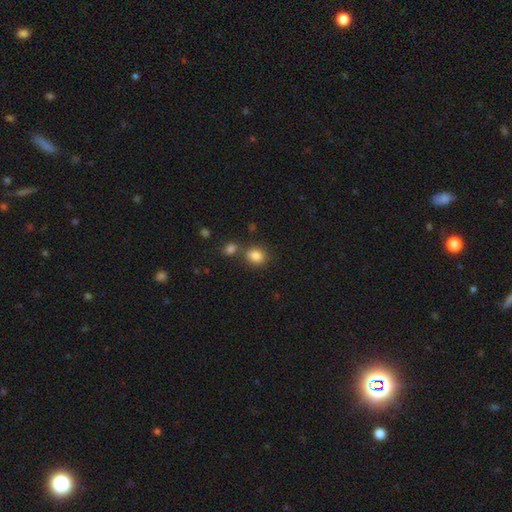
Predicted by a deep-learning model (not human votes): Overall: smooth (83%). How rounded: round (58%; in between 41%). Merging: none (64%).